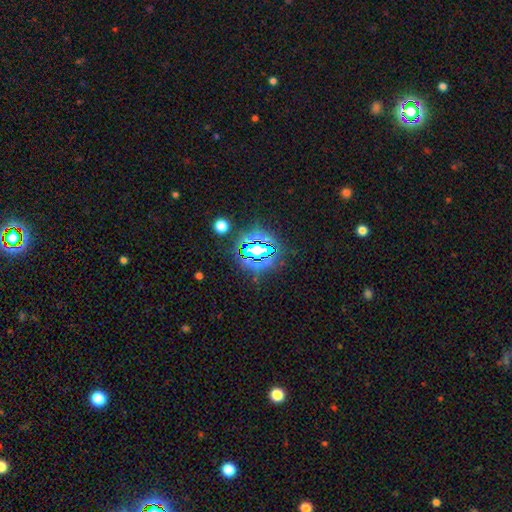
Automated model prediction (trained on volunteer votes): The model was most divided on "smooth or featured": star or artifact: 77%, smooth: 15%, featured or disk: 8%.